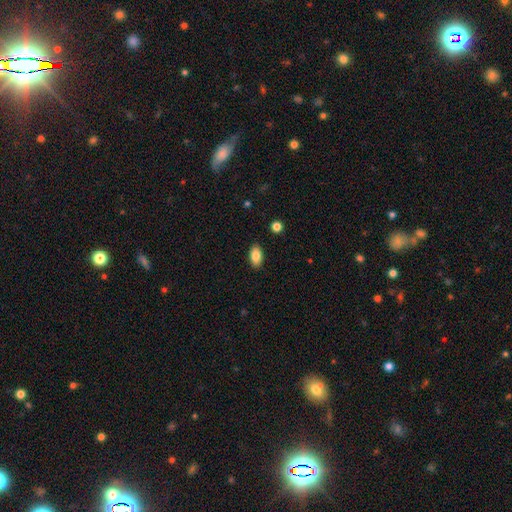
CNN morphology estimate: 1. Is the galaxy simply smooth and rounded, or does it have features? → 85% smooth, 8% featured or disk, 8% star or artifact.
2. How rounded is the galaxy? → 92% in between, 5% round, 3% cigar-shaped.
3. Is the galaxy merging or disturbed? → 89% none, 8% minor disturbance, 2% major disturbance, 1% merger.